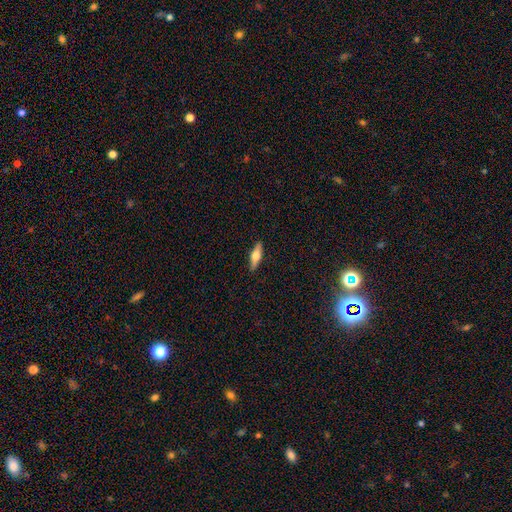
smooth_or_featured: smooth (p=0.58) [alt: featured or disk p=0.42]
how_rounded: cigar-shaped (p=0.55) [alt: in between p=0.41]
merging: none (p=0.92) [alt: minor disturbance p=0.08]